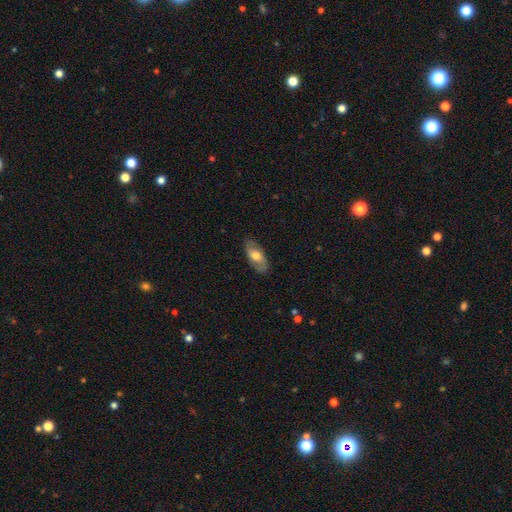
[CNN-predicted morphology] Q: Smooth or featured?
A: smooth (56%); runner-up: featured or disk (38%)
Q: How rounded?
A: in between (87%); runner-up: cigar-shaped (9%)
Q: Merging?
A: none (83%); runner-up: minor disturbance (12%)